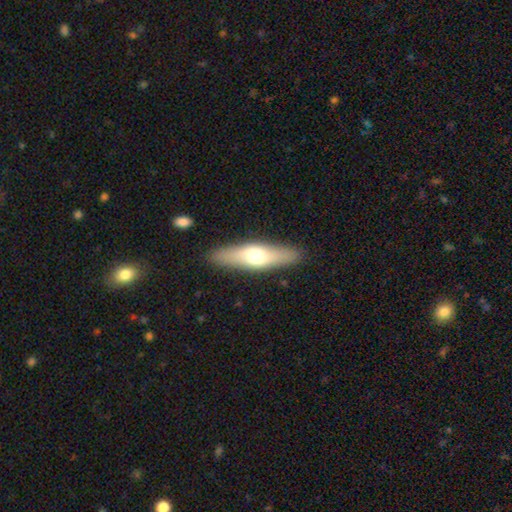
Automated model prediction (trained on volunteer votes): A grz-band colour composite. It shows a smooth galaxy with no disk features (51%) that is cigar-shaped (67%). Merging: none (88%).